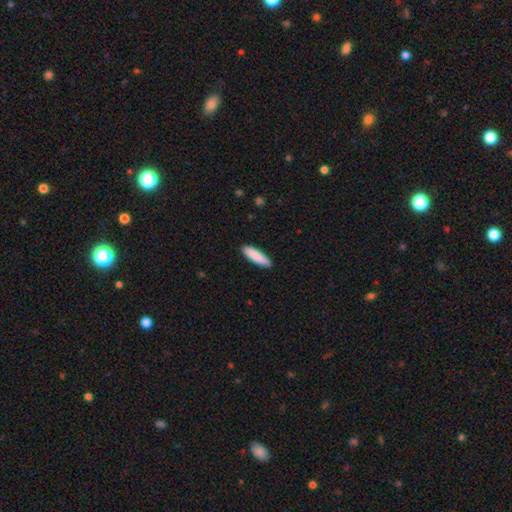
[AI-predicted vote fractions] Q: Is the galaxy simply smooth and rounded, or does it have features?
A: smooth — 88%.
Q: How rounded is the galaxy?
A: cigar-shaped — 68%.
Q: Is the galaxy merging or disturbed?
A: none — 90%.